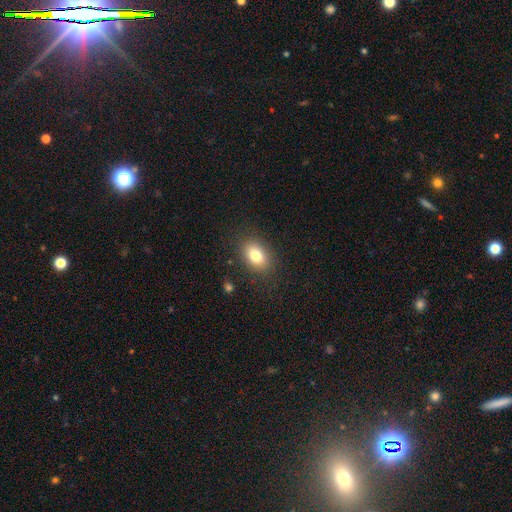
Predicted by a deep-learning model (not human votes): Q: Smooth or featured?
A: smooth (80%); runner-up: featured or disk (10%)
Q: How rounded?
A: in between (79%); runner-up: round (20%)
Q: Merging?
A: none (85%); runner-up: minor disturbance (10%)